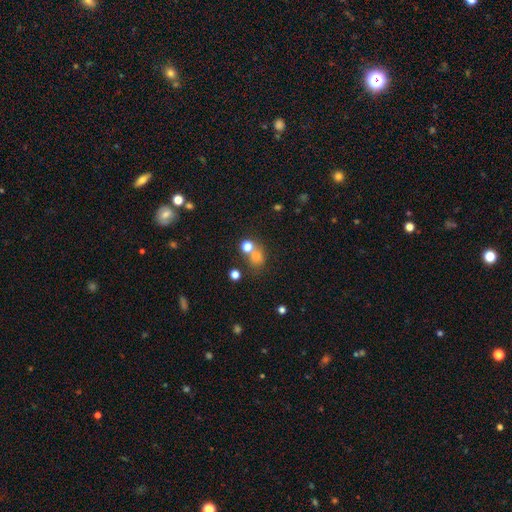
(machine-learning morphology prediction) Smooth or featured: smooth — 62% (star or artifact — 27%)
How rounded: round — 73% (in between — 26%)
Merging: none — 54% (merger — 31%)